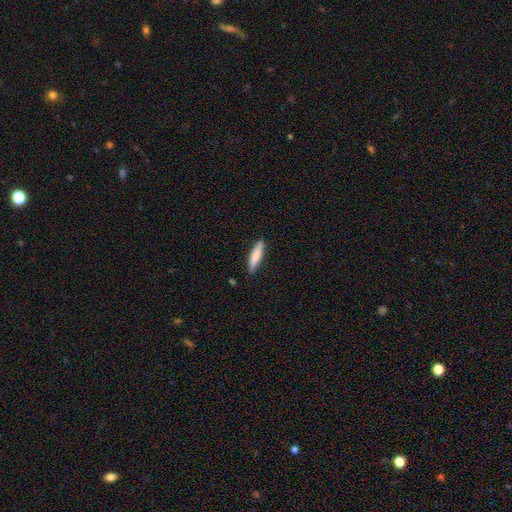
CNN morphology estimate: Q: Smooth or featured?
A: smooth (78%); runner-up: featured or disk (17%)
Q: How rounded?
A: cigar-shaped (81%); runner-up: in between (18%)
Q: Merging?
A: none (85%); runner-up: minor disturbance (12%)